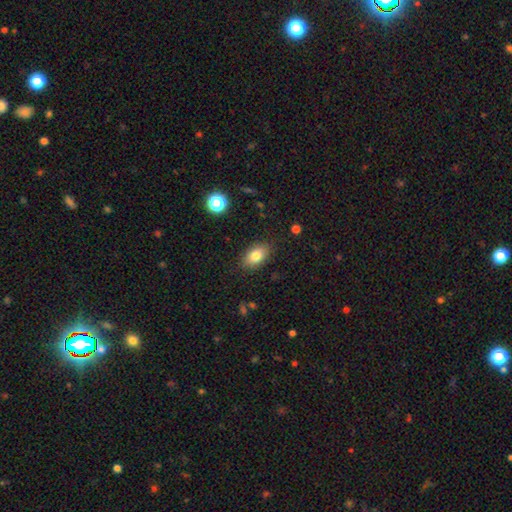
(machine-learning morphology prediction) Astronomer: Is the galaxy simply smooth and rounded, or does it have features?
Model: smooth — 80%.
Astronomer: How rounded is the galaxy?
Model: in between — 88%.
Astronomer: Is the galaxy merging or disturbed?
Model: none — 86%.